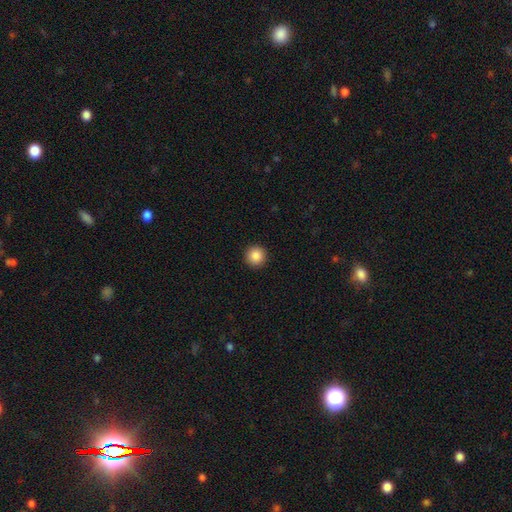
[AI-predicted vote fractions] This is clearly a smooth galaxy (87%). How rounded: clearly round (96%). Merging: clearly none (93%).